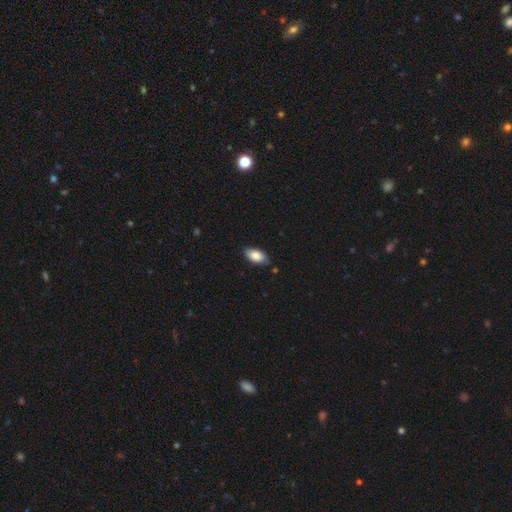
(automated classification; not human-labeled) This is clearly a smooth galaxy (84%). How rounded: clearly in between (93%). Merging: likely none (80%).